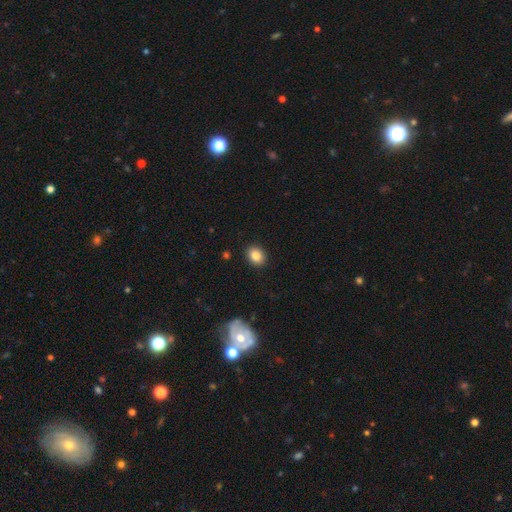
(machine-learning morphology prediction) Overall: smooth (84%). How rounded: round (52%; in between 47%). Merging: none (90%).